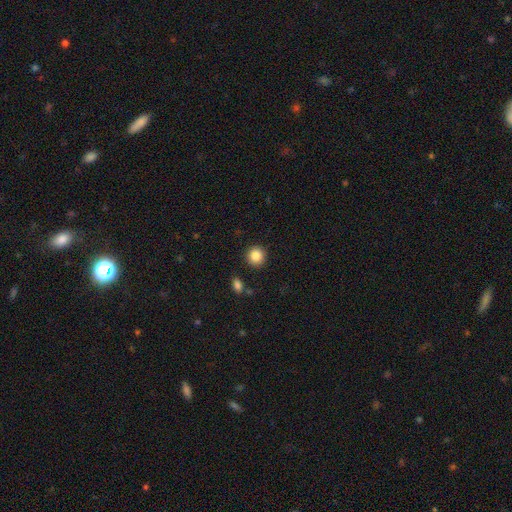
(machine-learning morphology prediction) Smooth or featured? Predicted: smooth (p=0.86). How rounded? Predicted: round (p=0.93). Merging? Predicted: none (p=0.91).